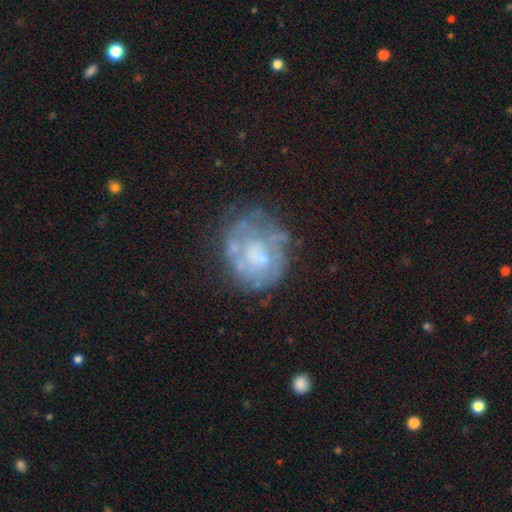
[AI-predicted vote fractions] Q: Smooth or featured?
A: featured or disk (68%); runner-up: smooth (23%)
Q: Edge-on disk?
A: no (98%); runner-up: yes (2%)
Q: Bar?
A: no (84%); runner-up: weak (14%)
Q: Spiral arms?
A: no (63%); runner-up: yes (37%)
Q: Bulge size?
A: small (39%); runner-up: moderate (32%)
Q: Merging?
A: none (54%); runner-up: minor disturbance (22%)